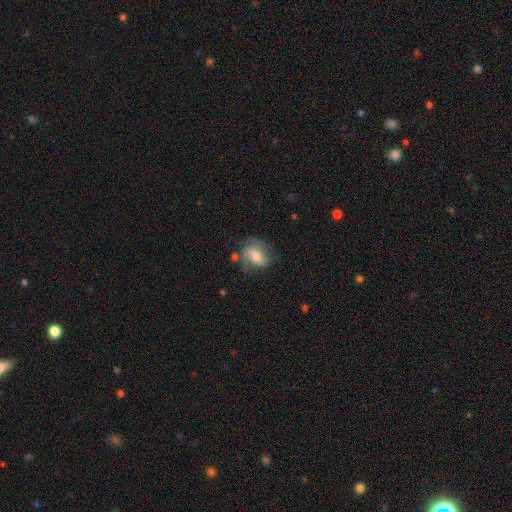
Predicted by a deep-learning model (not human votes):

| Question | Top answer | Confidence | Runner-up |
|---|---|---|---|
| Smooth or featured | featured or disk | 57% | smooth (35%) |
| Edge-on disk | no | 96% | yes (4%) |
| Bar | no | 47% | weak (40%) |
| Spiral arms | yes | 85% | no (15%) |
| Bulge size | moderate | 58% | small (29%) |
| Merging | none | 53% | minor disturbance (26%) |